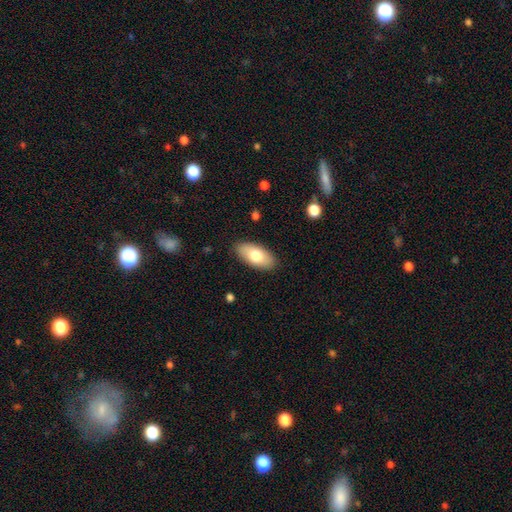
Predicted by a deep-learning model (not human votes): smooth_or_featured: smooth (p=0.75) [alt: featured or disk p=0.19]
how_rounded: in between (p=0.92) [alt: cigar-shaped p=0.05]
merging: none (p=0.87) [alt: minor disturbance p=0.09]